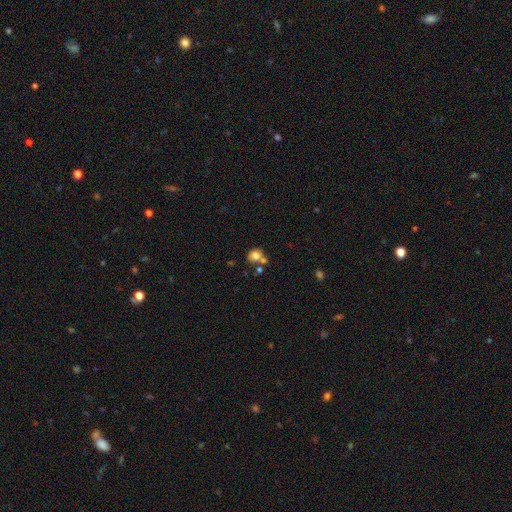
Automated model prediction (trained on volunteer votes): A smooth galaxy with no disk features (78%) that is round (74%).

Vote fractions:
- Smooth or featured? smooth: 78% / star or artifact: 12% / featured or disk: 10%
- How rounded? round: 74% / in between: 25% / cigar-shaped: 1%
- Merging? none: 51% / merger: 31% / minor disturbance: 13% / major disturbance: 6%